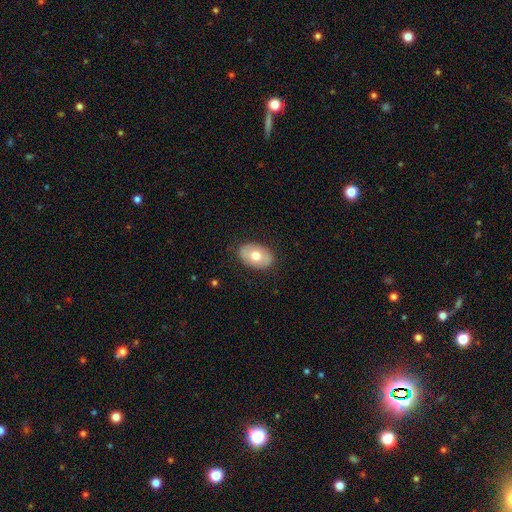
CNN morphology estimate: smooth 67%, featured or disk 27%, star or artifact 6%. Down the decision tree: how rounded — in between (87%); merging — none (84%).